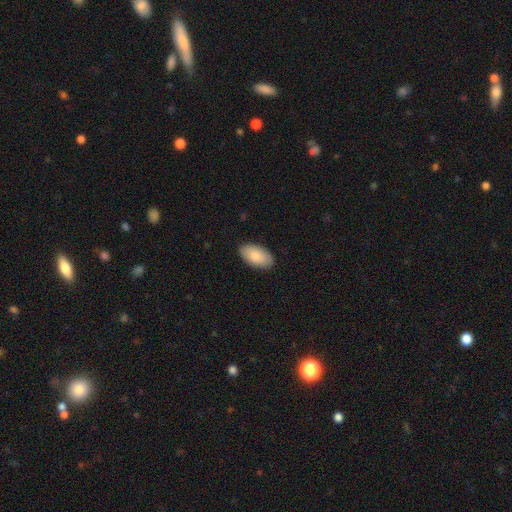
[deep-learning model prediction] Smooth or featured: smooth — 85% (featured or disk — 9%)
How rounded: in between — 96% (round — 2%)
Merging: none — 87% (minor disturbance — 10%)